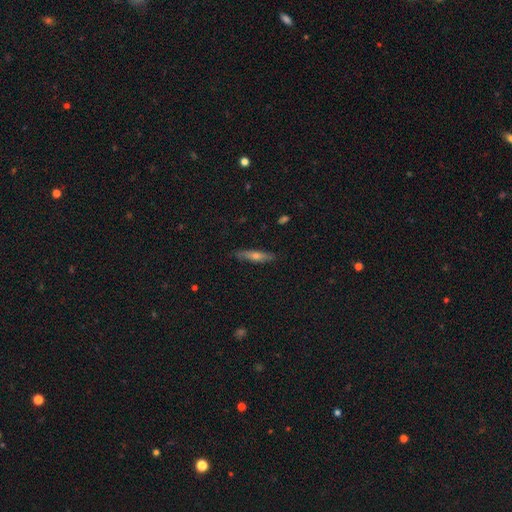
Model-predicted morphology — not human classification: A featured or disk galaxy (48%). Merging: none (84%).